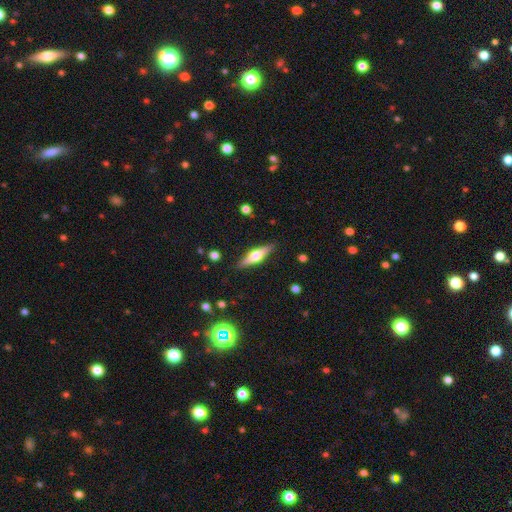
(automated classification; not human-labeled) This is likely a featured or disk galaxy (61%). It is clearly viewed edge-on (95%). Edge-on bulge: clearly rounded (93%). Merging: clearly none (88%).